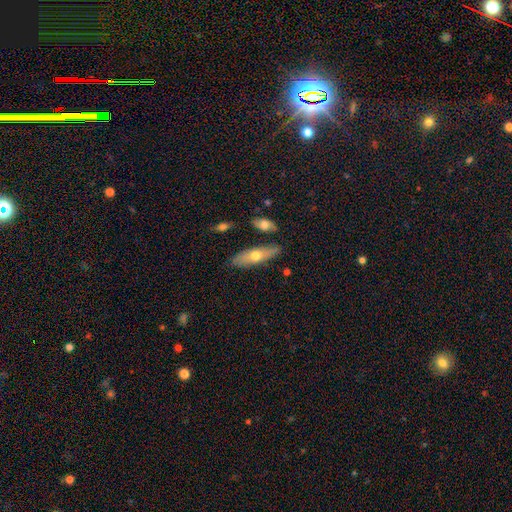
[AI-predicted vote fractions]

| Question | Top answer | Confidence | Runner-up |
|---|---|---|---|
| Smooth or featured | smooth | 56% | featured or disk (37%) |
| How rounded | in between | 49% | cigar-shaped (48%) |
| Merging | none | 78% | minor disturbance (14%) |